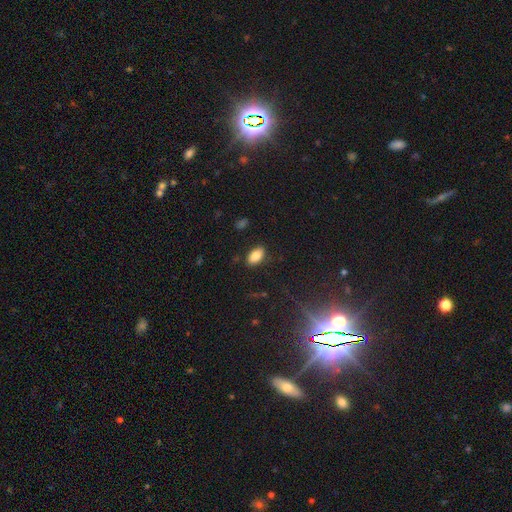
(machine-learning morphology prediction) Smooth or featured? Predicted: smooth (p=0.85). How rounded? Predicted: in between (p=0.92). Merging? Predicted: none (p=0.85).